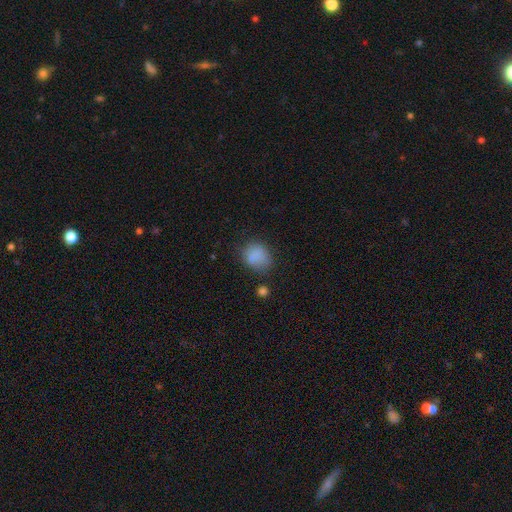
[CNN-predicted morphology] Smooth or featured? smooth (83%)
How rounded? round (60%)
Merging? none (65%)